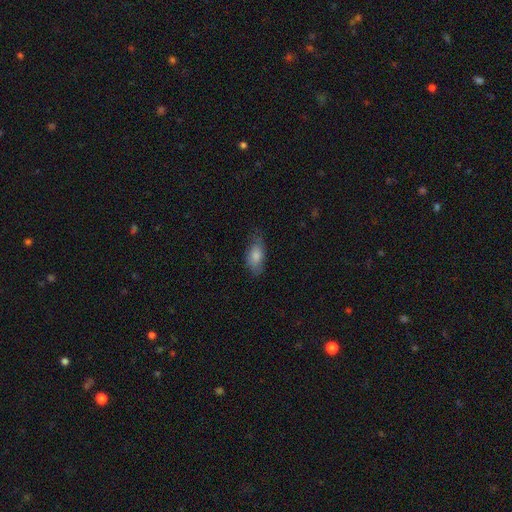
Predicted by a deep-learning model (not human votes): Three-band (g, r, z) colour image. It shows a smooth galaxy with no disk features (80%) that is in between round and cigar-shaped (88%). Merging: none (64%).